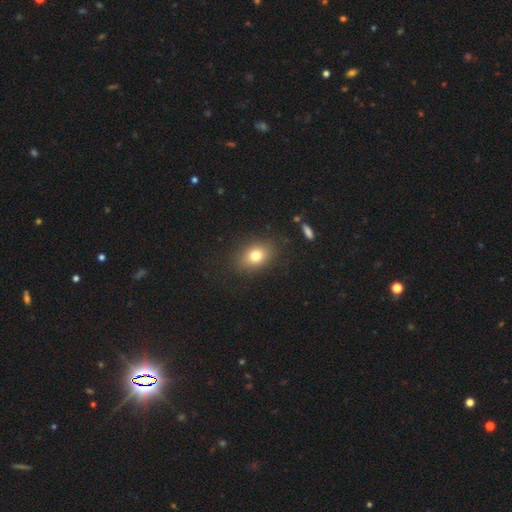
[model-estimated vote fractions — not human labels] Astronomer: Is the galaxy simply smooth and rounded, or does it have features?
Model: smooth — 78%.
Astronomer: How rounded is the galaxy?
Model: in between — 65%.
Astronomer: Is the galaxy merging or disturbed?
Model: none — 85%.